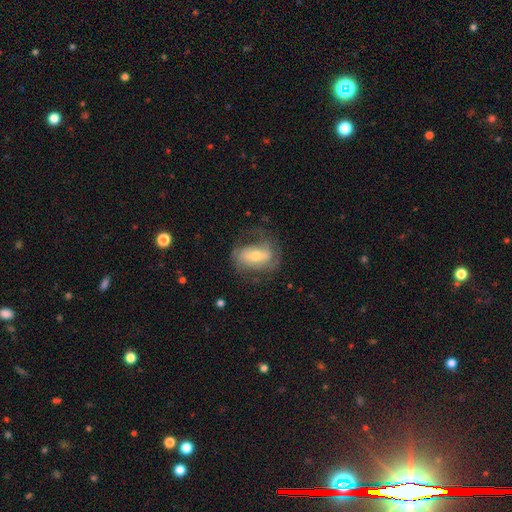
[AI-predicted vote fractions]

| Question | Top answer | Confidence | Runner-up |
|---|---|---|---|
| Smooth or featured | featured or disk | 68% | smooth (24%) |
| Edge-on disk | no | 94% | yes (6%) |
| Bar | weak | 40% | strong (32%) |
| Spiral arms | yes | 81% | no (19%) |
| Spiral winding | medium | 43% | tight (34%) |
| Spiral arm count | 2 | 57% | can't tell (24%) |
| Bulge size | moderate | 54% | small (36%) |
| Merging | none | 60% | minor disturbance (21%) |